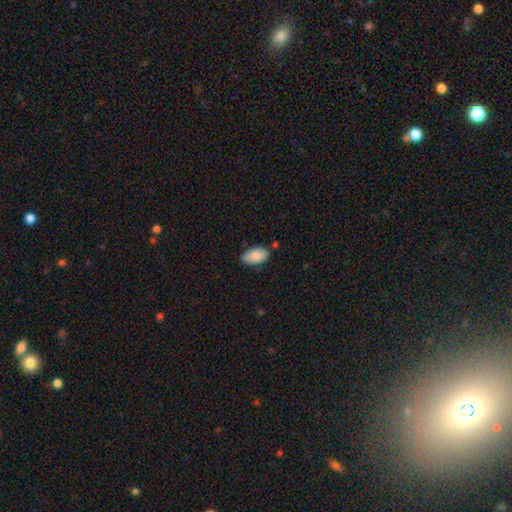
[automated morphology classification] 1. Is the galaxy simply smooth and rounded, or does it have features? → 87% smooth, 7% featured or disk, 6% star or artifact.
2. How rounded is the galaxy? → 95% in between, 3% round, 2% cigar-shaped.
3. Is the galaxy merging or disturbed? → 78% none, 15% minor disturbance, 3% merger, 3% major disturbance.